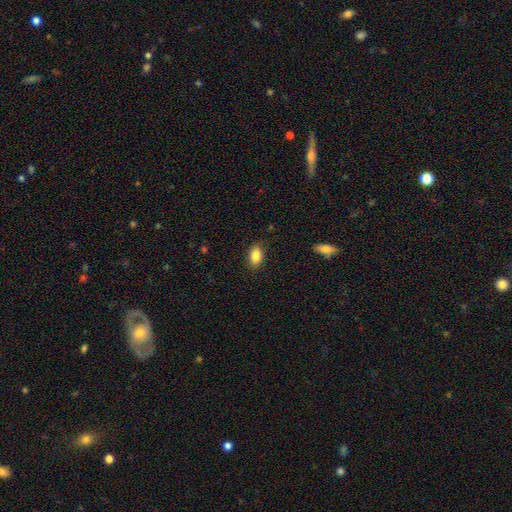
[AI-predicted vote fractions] Smooth or featured? smooth (86%)
How rounded? in between (89%)
Merging? none (85%)